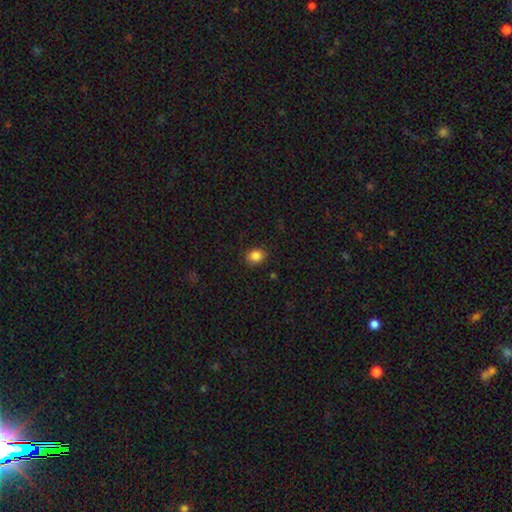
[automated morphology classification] smooth-or-featured: smooth: 85% | star or artifact: 10% | featured or disk: 5%
  how-rounded: round: 59% | in between: 40% | cigar-shaped: 1%
  merging: none: 86% | minor disturbance: 10% | major disturbance: 2% | merger: 1%